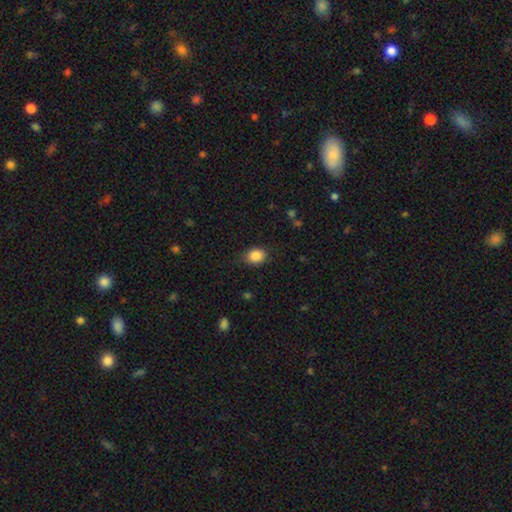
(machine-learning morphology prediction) smooth-or-featured: smooth: 87% | star or artifact: 9% | featured or disk: 4%
  how-rounded: in between: 57% | round: 42% | cigar-shaped: 1%
  merging: none: 80% | minor disturbance: 15% | major disturbance: 3% | merger: 1%